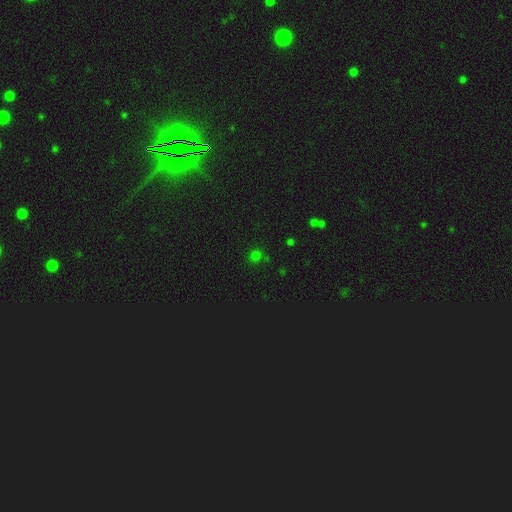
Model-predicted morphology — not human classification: A smooth galaxy with no disk features (62%) that is round (85%).

Vote fractions:
- Smooth or featured? smooth: 62% / star or artifact: 34% / featured or disk: 5%
- How rounded? round: 85% / in between: 14% / cigar-shaped: 1%
- Merging? none: 76% / minor disturbance: 12% / merger: 7% / major disturbance: 5%